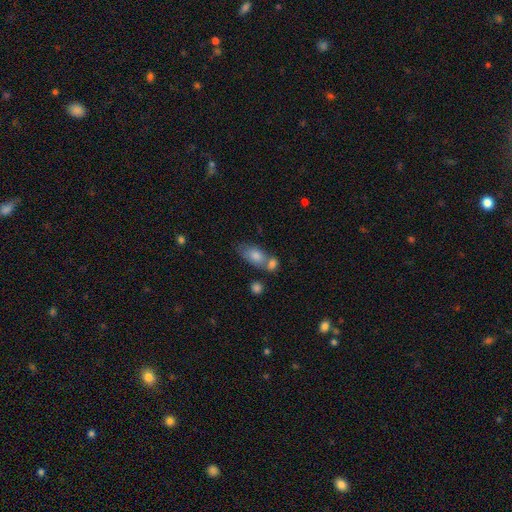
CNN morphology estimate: A smooth galaxy with no disk features (76%) that is in between round and cigar-shaped (85%).

Vote fractions:
- Smooth or featured? smooth: 76% / featured or disk: 15% / star or artifact: 9%
- How rounded? in between: 85% / round: 9% / cigar-shaped: 6%
- Merging? none: 42% / merger: 37% / minor disturbance: 15% / major disturbance: 6%